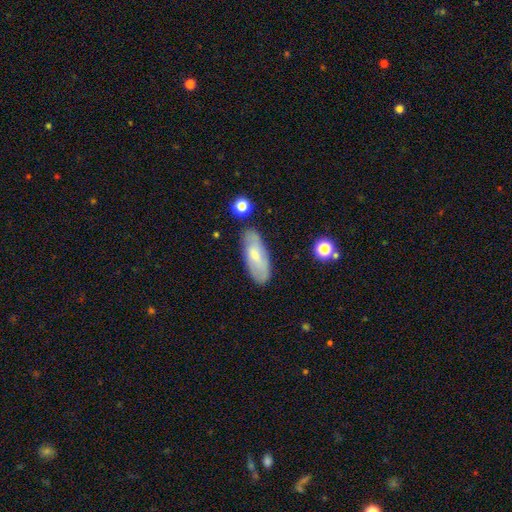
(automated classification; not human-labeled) This is possibly a smooth galaxy (60%). How rounded: likely in between (78%). Merging: likely none (78%).